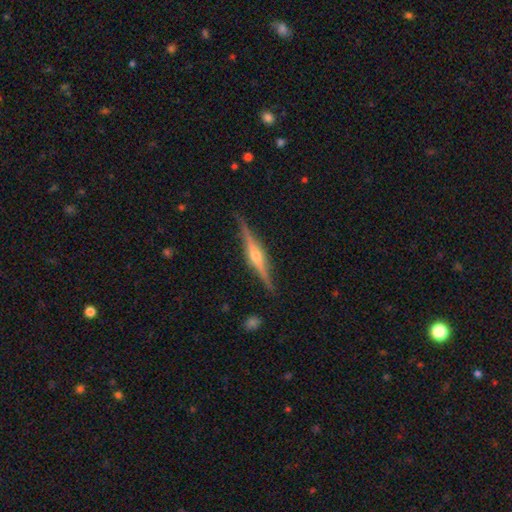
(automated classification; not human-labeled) Smooth or featured? Predicted: featured or disk (p=0.83). Edge-on disk? Predicted: yes (p=0.98). Edge-on bulge? Predicted: rounded (p=0.89). Merging? Predicted: none (p=0.88).